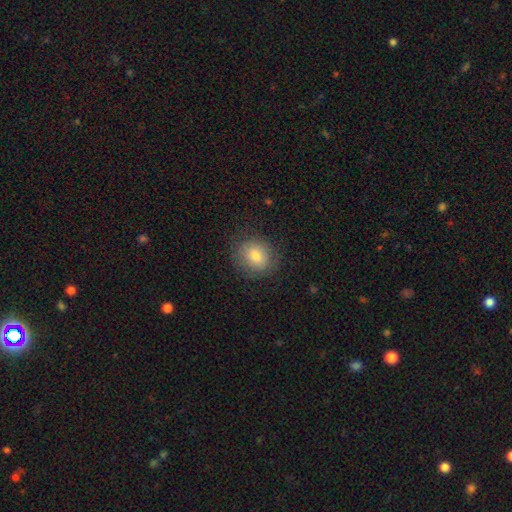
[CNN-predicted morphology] Overall: smooth (77%). How rounded: round (73%). Merging: none (81%).